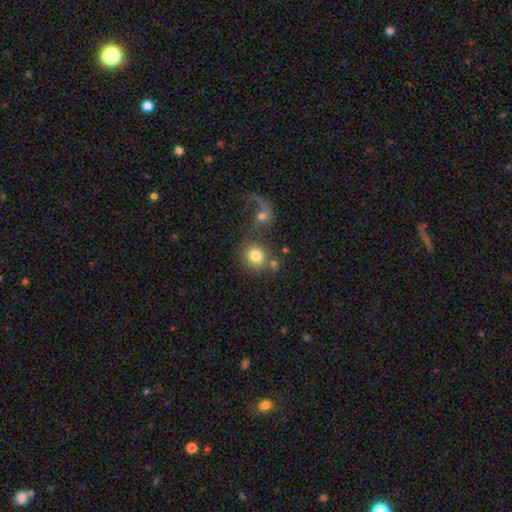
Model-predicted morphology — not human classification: Smooth or featured? smooth (79%)
How rounded? round (86%)
Merging? none (51%)